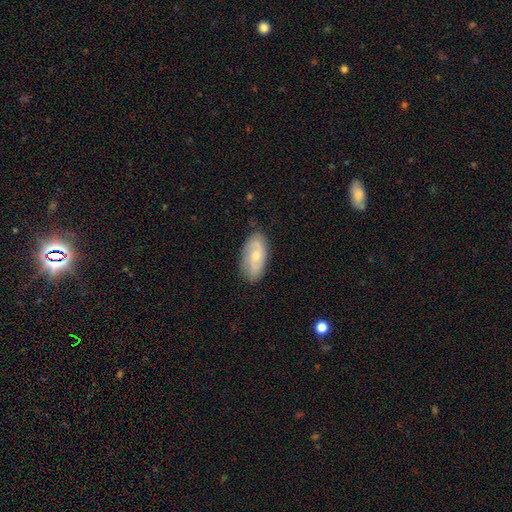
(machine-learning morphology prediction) A featured or disk galaxy (48%).

Vote fractions:
- Smooth or featured? featured or disk: 48% / smooth: 45% / star or artifact: 7%
- Merging? none: 80% / minor disturbance: 16% / major disturbance: 3% / merger: 1%